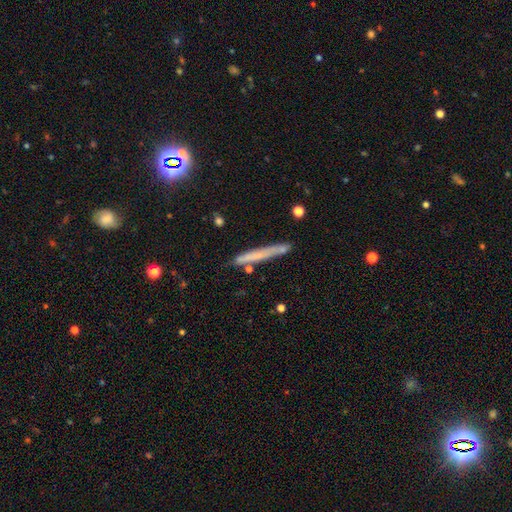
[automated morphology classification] Smooth or featured: smooth — 55% (featured or disk — 36%)
How rounded: cigar-shaped — 96% (in between — 3%)
Merging: none — 79% (minor disturbance — 14%)